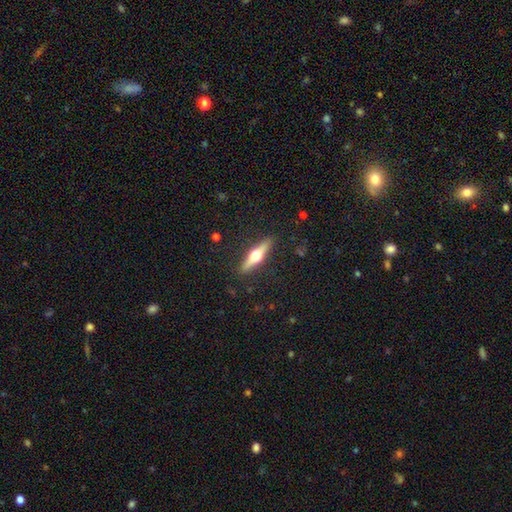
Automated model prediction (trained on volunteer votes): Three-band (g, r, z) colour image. It shows a featured or disk galaxy (63%) viewed edge-on (96%) with a rounded central bulge (96%). Merging: none (90%).